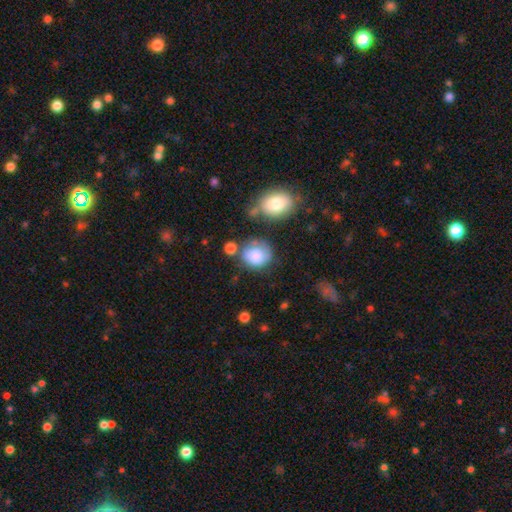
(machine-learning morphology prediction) This is likely a smooth galaxy (73%). How rounded: likely round (72%). Merging: possibly none (50%).